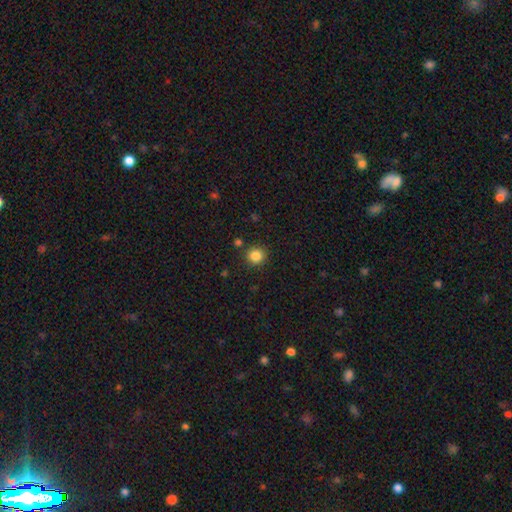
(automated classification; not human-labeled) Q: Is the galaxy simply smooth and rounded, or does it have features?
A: smooth — 84%.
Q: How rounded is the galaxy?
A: round — 92%.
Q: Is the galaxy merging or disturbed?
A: none — 87%.